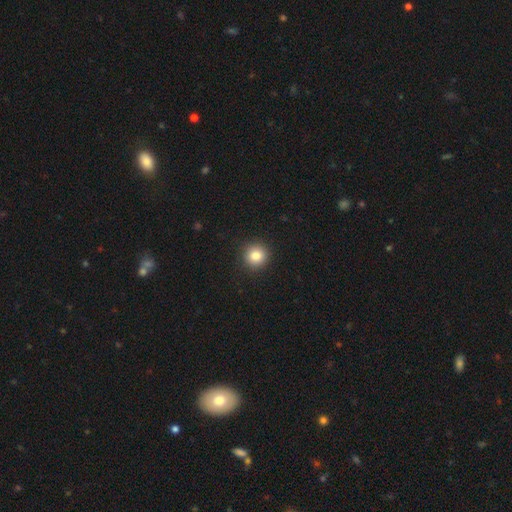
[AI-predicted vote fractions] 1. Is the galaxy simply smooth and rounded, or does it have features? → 85% smooth, 10% star or artifact, 5% featured or disk.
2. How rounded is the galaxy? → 93% round, 6% in between, 1% cigar-shaped.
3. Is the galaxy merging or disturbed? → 92% none, 6% minor disturbance, 2% major disturbance, 1% merger.